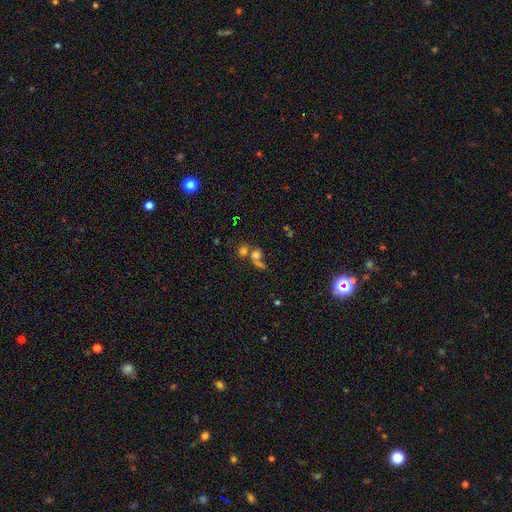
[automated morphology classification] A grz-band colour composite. It shows a smooth galaxy with no disk features (56%) that is round (69%). Merging: merger (51%).